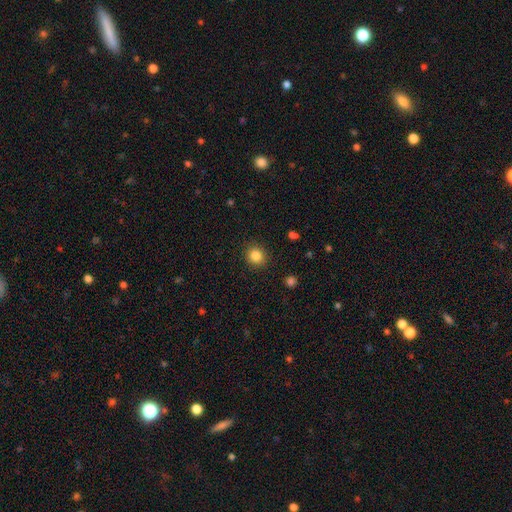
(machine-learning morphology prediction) smooth-or-featured: smooth: 85% | star or artifact: 11% | featured or disk: 4%
  how-rounded: round: 88% | in between: 11% | cigar-shaped: 1%
  merging: none: 90% | minor disturbance: 7% | major disturbance: 2% | merger: 1%